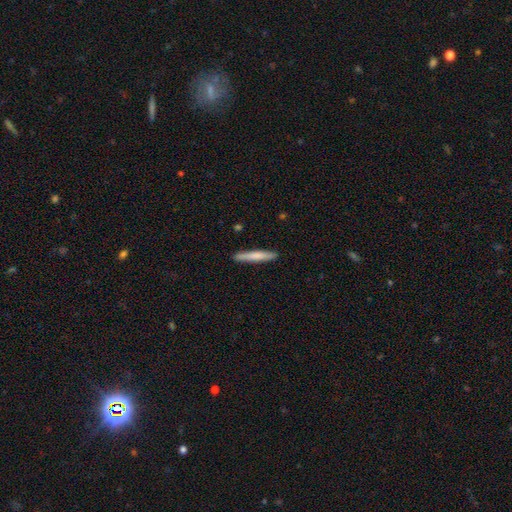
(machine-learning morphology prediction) The model was most divided on "smooth or featured": smooth: 70%, featured or disk: 25%, star or artifact: 5%. More confident: how rounded — cigar-shaped (95%); merging — none (91%).